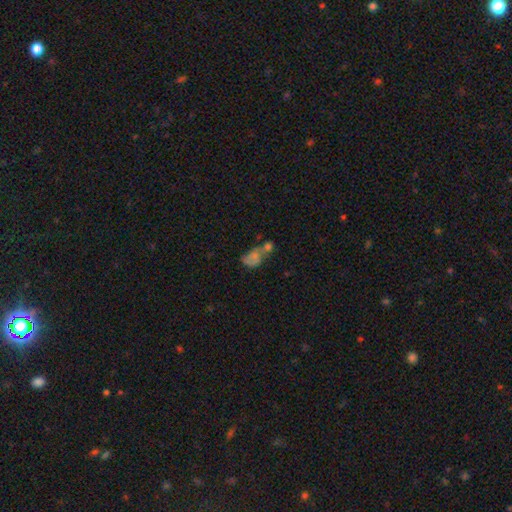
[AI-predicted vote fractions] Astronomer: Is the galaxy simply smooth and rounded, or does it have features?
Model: smooth — 50% (runner-up: featured or disk, 33%).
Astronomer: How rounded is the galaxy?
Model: in between — 78%.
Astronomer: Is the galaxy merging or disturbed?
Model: merger — 51%.